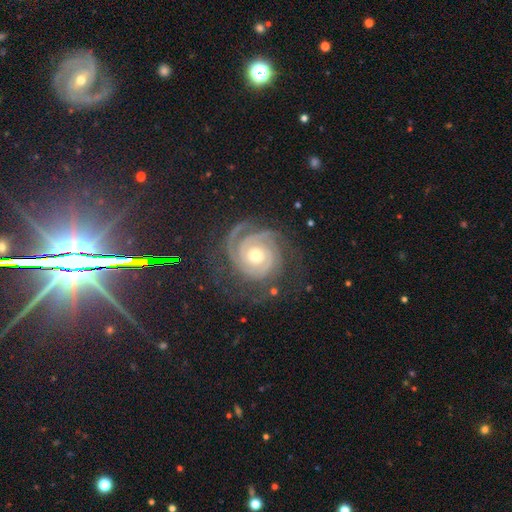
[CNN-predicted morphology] smooth_or_featured: featured or disk (p=0.91) [alt: star or artifact p=0.05]
disk_edge_on: no (p=0.98) [alt: yes p=0.02]
bar: no (p=0.76) [alt: weak p=0.17]
has_spiral_arms: yes (p=0.98) [alt: no p=0.02]
spiral_winding: tight (p=0.82) [alt: medium p=0.15]
spiral_arm_count: 3 (p=0.33) [alt: 2 p=0.28]
bulge_size: moderate (p=0.61) [alt: small p=0.34]
merging: none (p=0.72) [alt: minor disturbance p=0.17]